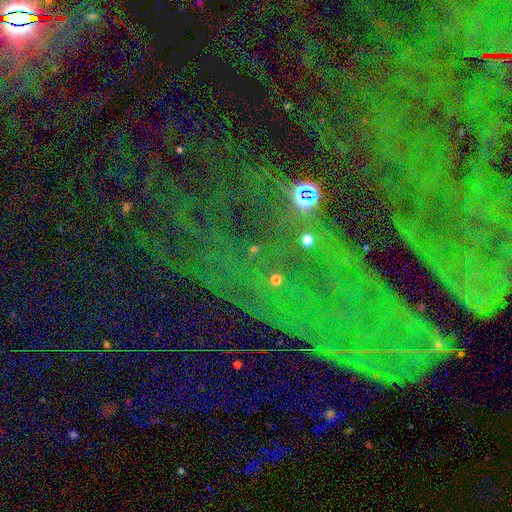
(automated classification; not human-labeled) smooth_or_featured: star or artifact (p=0.77) [alt: featured or disk p=0.13]